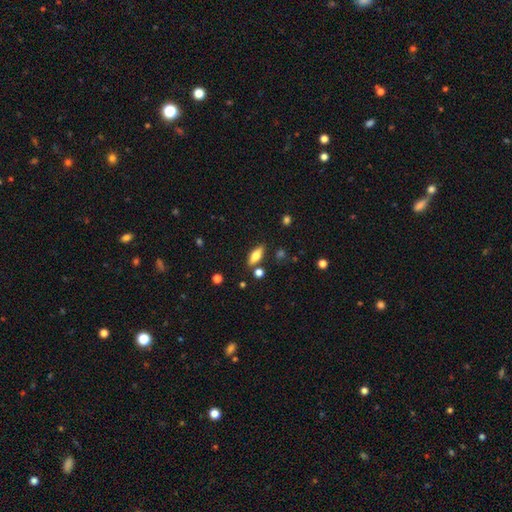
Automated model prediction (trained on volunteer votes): Smooth or featured?
  - smooth: 68% *
  - featured or disk: 24%
  - star or artifact: 8%
How rounded?
  - in between: 74% *
  - cigar-shaped: 23%
  - round: 3%
Merging?
  - none: 80% *
  - minor disturbance: 11%
  - merger: 6%
  - major disturbance: 3%